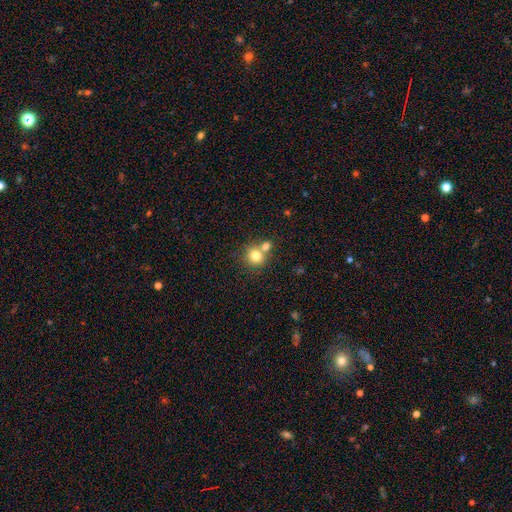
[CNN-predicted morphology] The model was most divided on "merging": none: 52%, merger: 39%, minor disturbance: 7%, major disturbance: 3%. More confident: how rounded — round (86%); smooth or featured — smooth (79%).